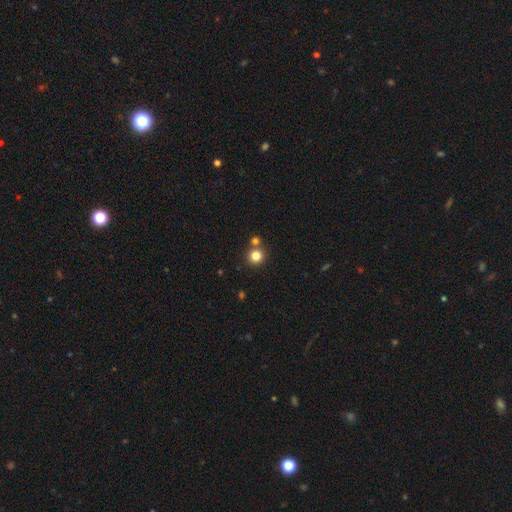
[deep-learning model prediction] This is clearly a smooth galaxy (82%). How rounded: clearly round (91%). Merging: likely none (72%).